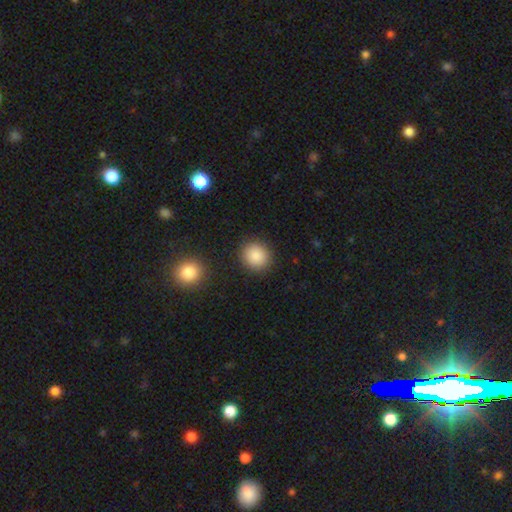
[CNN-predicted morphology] Overall: smooth (88%). How rounded: round (85%). Merging: none (89%).